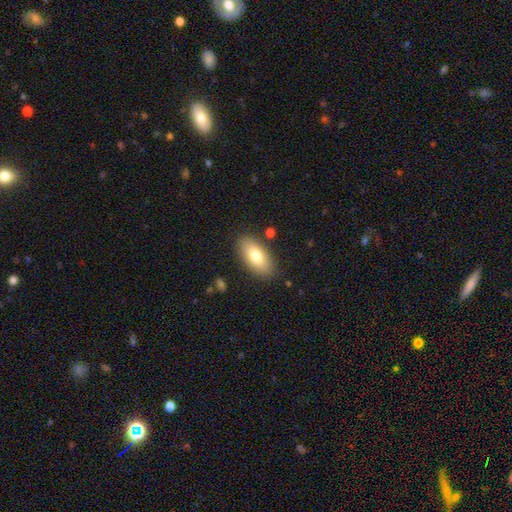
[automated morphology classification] This is likely a smooth galaxy (75%). How rounded: clearly in between (90%). Merging: clearly none (85%).